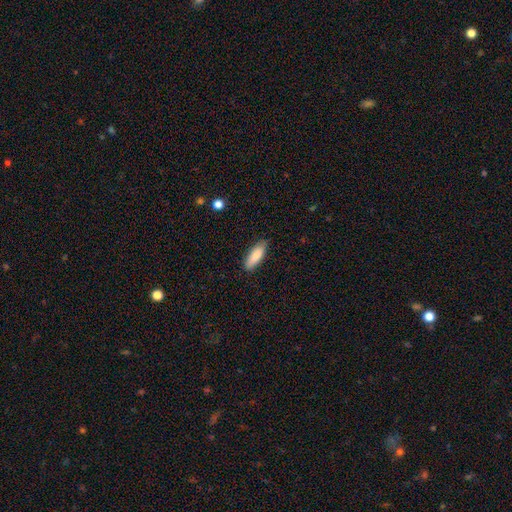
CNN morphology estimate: This is clearly a smooth galaxy (83%). How rounded: possibly in between (56%). Merging: clearly none (84%).